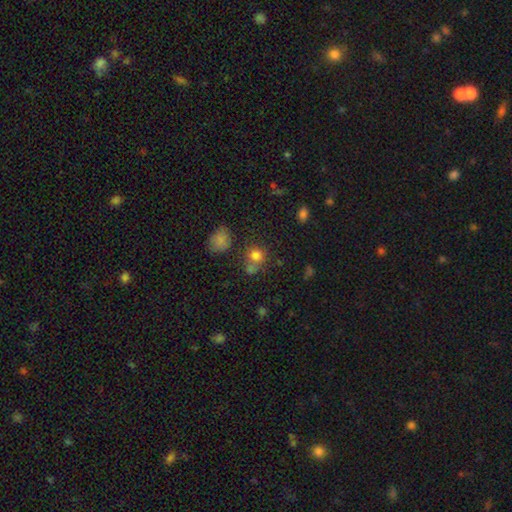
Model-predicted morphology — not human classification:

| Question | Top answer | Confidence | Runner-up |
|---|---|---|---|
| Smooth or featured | smooth | 77% | star or artifact (15%) |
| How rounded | round | 81% | in between (18%) |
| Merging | none | 55% | merger (28%) |